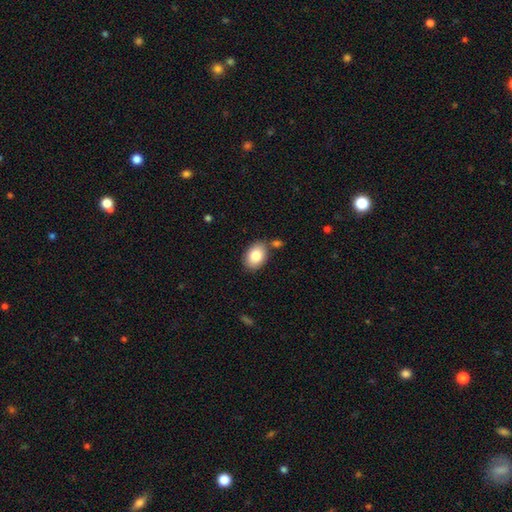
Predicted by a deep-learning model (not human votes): Smooth or featured? smooth (83%)
How rounded? in between (81%)
Merging? none (75%)